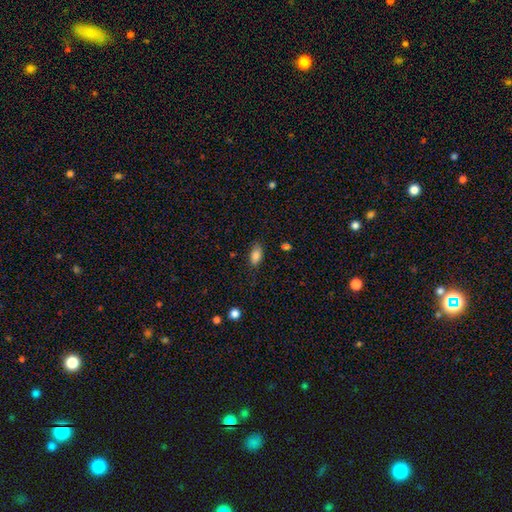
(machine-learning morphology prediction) This appears to be a smooth galaxy with no disk features (85%) that is in between round and cigar-shaped (90%). Merging: none (76%).